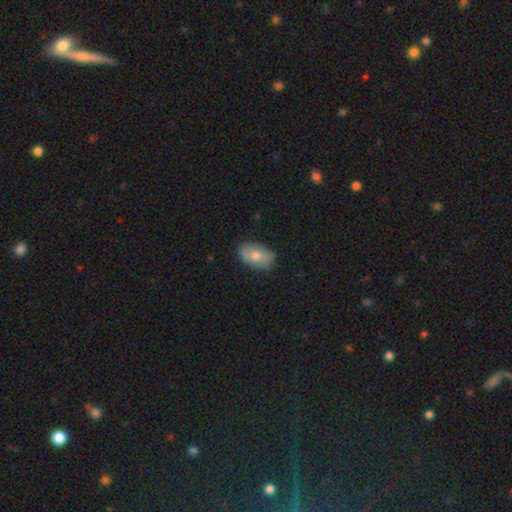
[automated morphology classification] This is likely a smooth galaxy (67%). How rounded: clearly in between (89%). Merging: clearly none (81%).